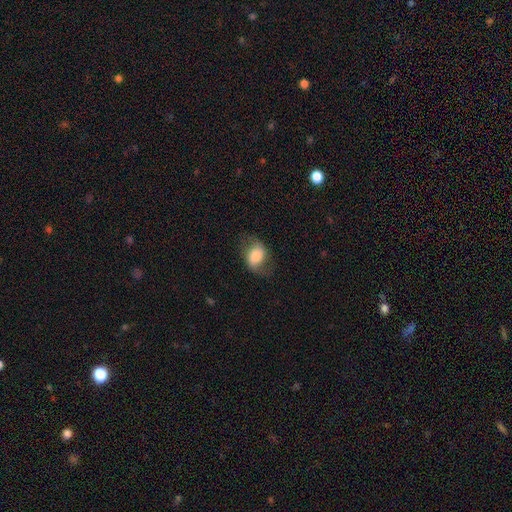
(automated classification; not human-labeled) Overall: smooth (57%; featured or disk 35%). How rounded: in between (67%; round 31%). Merging: none (64%).